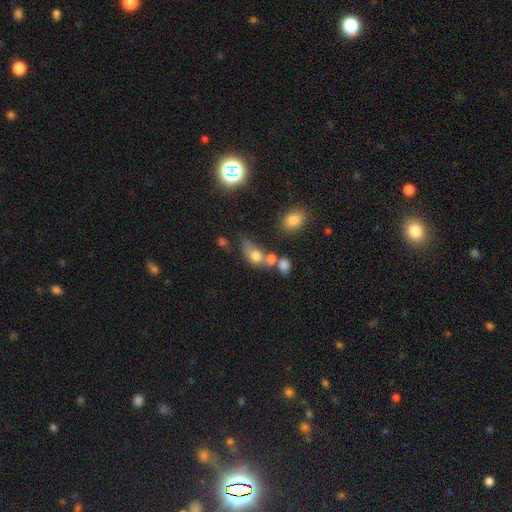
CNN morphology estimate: type=smooth (70%); roundness=in between (64%); merging=merger (37%).